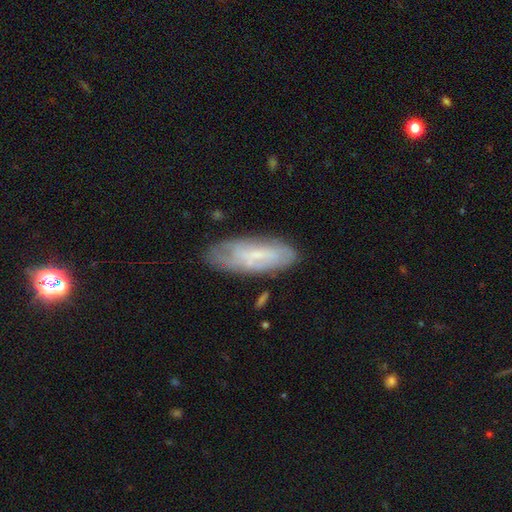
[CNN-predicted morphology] Smooth or featured? Predicted: featured or disk (p=0.47). Merging? Predicted: none (p=0.67).